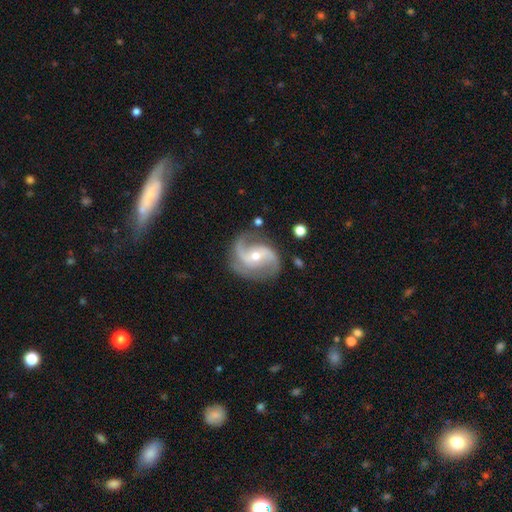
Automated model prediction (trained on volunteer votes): A featured or disk galaxy (90%) with no bar (46%), 2 (86%) medium (48%) spiral arms (97%) and a moderate central bulge (49%). Merging: none (76%).